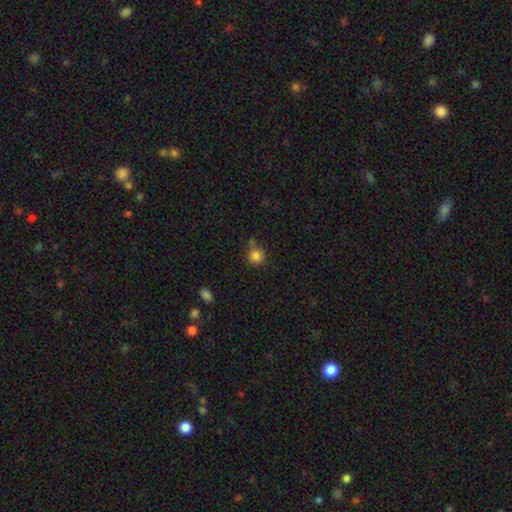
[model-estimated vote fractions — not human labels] Overall: smooth (84%). How rounded: round (91%). Merging: none (67%).